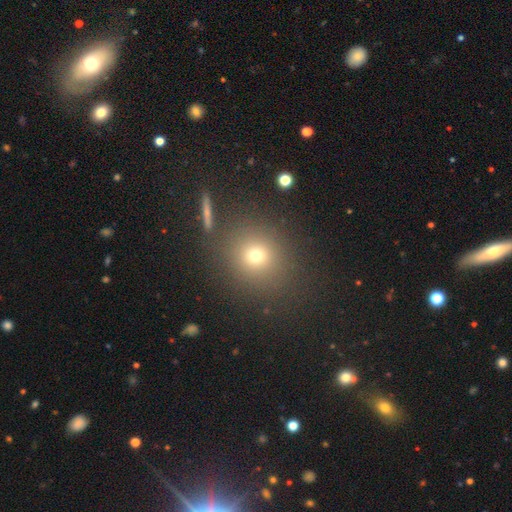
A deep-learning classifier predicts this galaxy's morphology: smooth 70%, star or artifact 20%, featured or disk 10%. Down the decision tree: how rounded — round (86%); merging — none (84%).